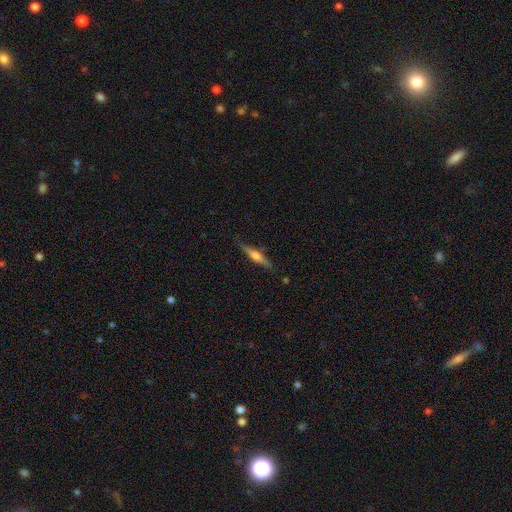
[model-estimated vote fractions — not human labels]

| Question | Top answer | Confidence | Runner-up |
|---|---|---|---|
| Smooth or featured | featured or disk | 59% | smooth (34%) |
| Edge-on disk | yes | 96% | no (4%) |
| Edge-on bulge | rounded | 83% | boxy (10%) |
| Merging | none | 83% | minor disturbance (13%) |